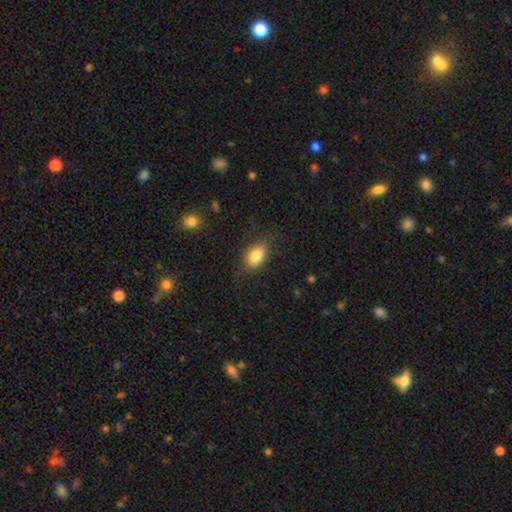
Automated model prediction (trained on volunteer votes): Overall: smooth (83%). How rounded: in between (88%). Merging: none (81%).